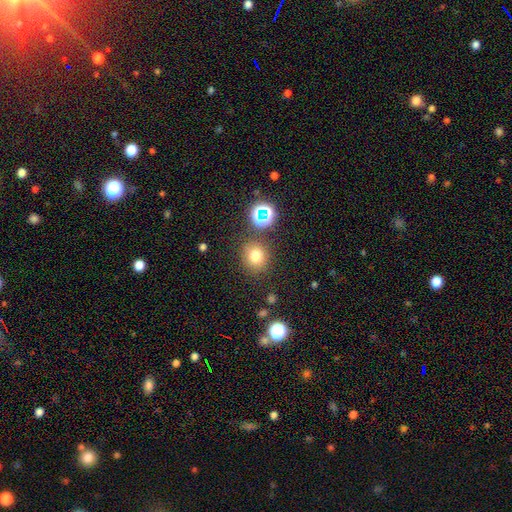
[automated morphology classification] Smooth or featured: smooth — 73% (star or artifact — 19%)
How rounded: round — 82% (in between — 17%)
Merging: none — 82% (minor disturbance — 9%)